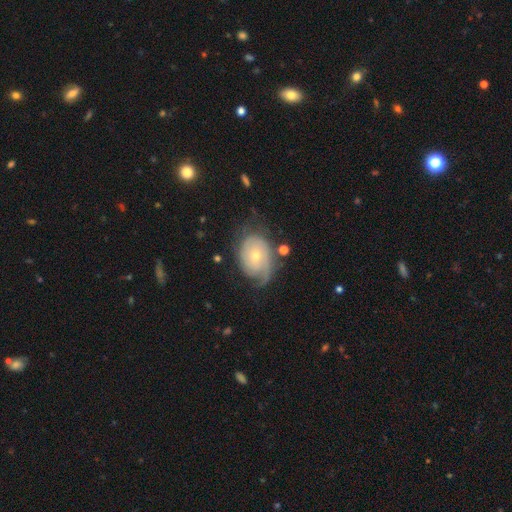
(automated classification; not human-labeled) smooth_or_featured: featured or disk (p=0.73) [alt: smooth p=0.20]
disk_edge_on: no (p=0.96) [alt: yes p=0.04]
bar: no (p=0.76) [alt: weak p=0.20]
has_spiral_arms: yes (p=0.88) [alt: no p=0.12]
spiral_winding: tight (p=0.56) [alt: medium p=0.27]
spiral_arm_count: 2 (p=0.30) [alt: 1 p=0.28]
bulge_size: small (p=0.63) [alt: moderate p=0.33]
merging: none (p=0.55) [alt: minor disturbance p=0.25]